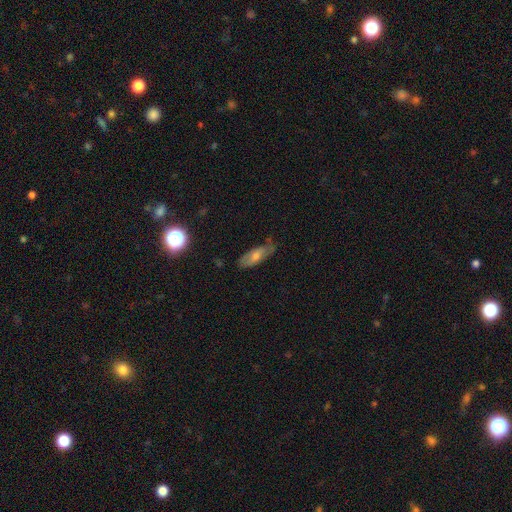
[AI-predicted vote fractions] Overall: smooth (51%; featured or disk 39%). How rounded: in between (61%; cigar-shaped 35%). Merging: none (65%; minor disturbance 26%).